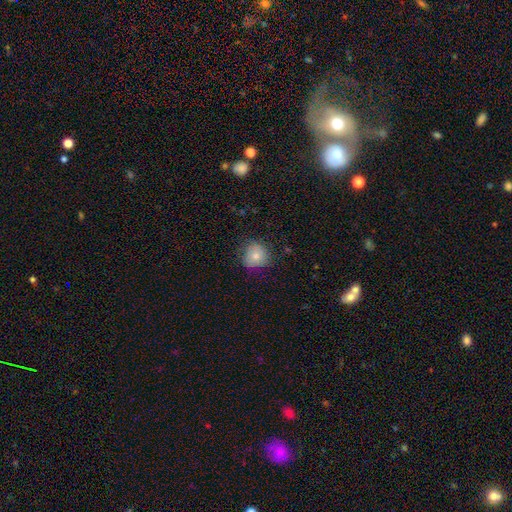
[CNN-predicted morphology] This is likely a smooth galaxy (78%). How rounded: clearly round (84%). Merging: likely none (72%).